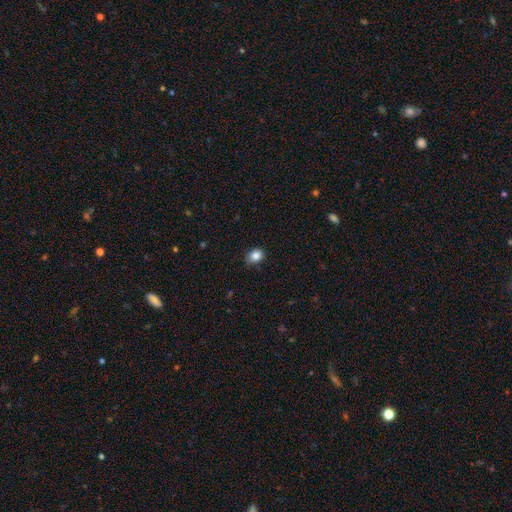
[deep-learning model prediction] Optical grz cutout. It shows a smooth galaxy with no disk features (85%) that is in between round and cigar-shaped (50%). Merging: none (77%).